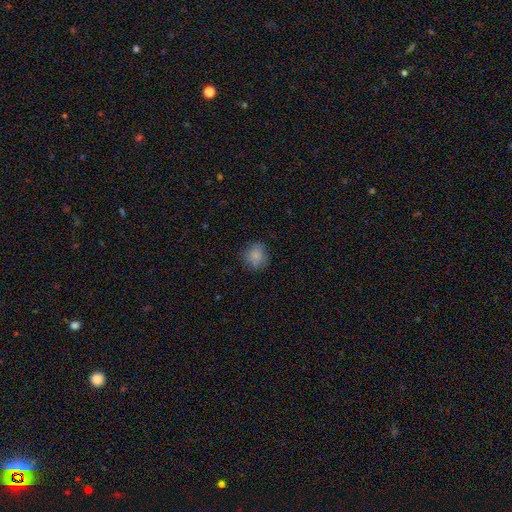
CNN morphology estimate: This is clearly a smooth galaxy (82%). How rounded: clearly round (83%). Merging: likely none (80%).